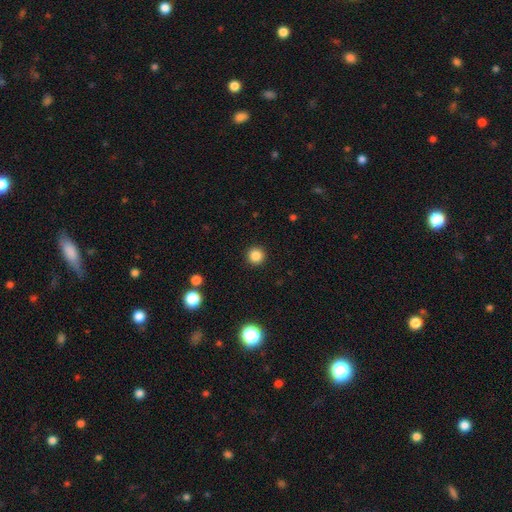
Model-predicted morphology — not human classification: This appears to be a smooth galaxy with no disk features (85%) that is round (96%). Merging: none (93%).